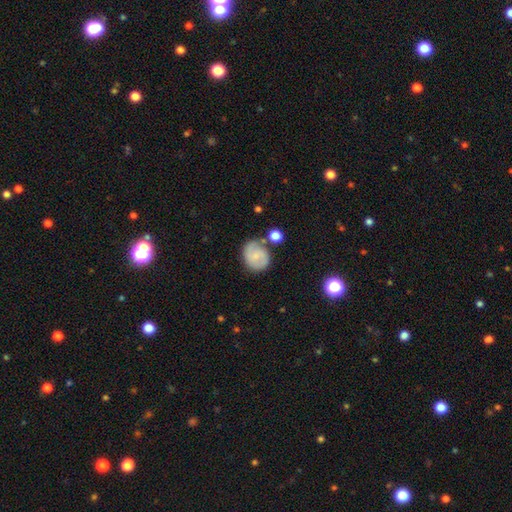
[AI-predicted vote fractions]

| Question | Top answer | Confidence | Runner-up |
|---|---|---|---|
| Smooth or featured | featured or disk | 48% | smooth (44%) |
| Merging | none | 67% | minor disturbance (19%) |